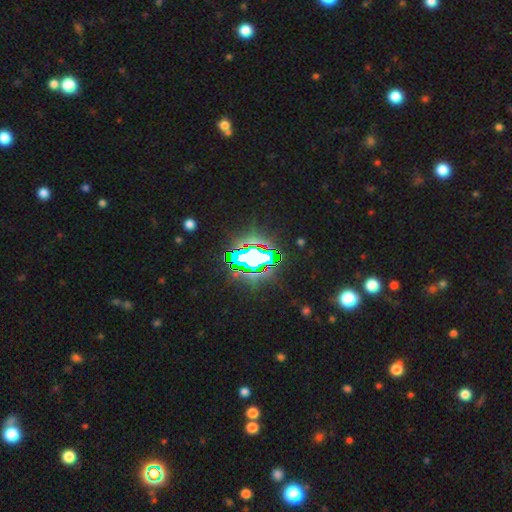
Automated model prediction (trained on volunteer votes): Smooth or featured? Predicted: star or artifact (p=0.73).